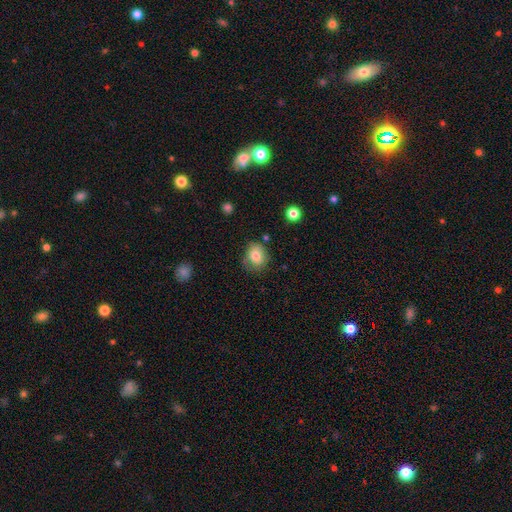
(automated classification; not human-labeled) A smooth galaxy with no disk features (78%) that is round (59%).

Vote fractions:
- Smooth or featured? smooth: 78% / featured or disk: 13% / star or artifact: 9%
- How rounded? round: 59% / in between: 40% / cigar-shaped: 1%
- Merging? none: 65% / minor disturbance: 24% / major disturbance: 8% / merger: 3%